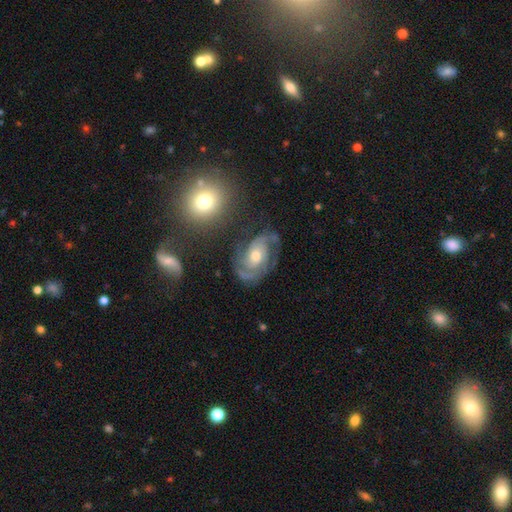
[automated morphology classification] The model was most divided on "spiral winding": tight: 46%, medium: 43%, loose: 11%. More confident: edge-on disk — no (97%); spiral arms — yes (96%); smooth or featured — featured or disk (87%); bar — no (68%); bulge size — moderate (66%); merging — none (66%); spiral arm count — 2 (58%).